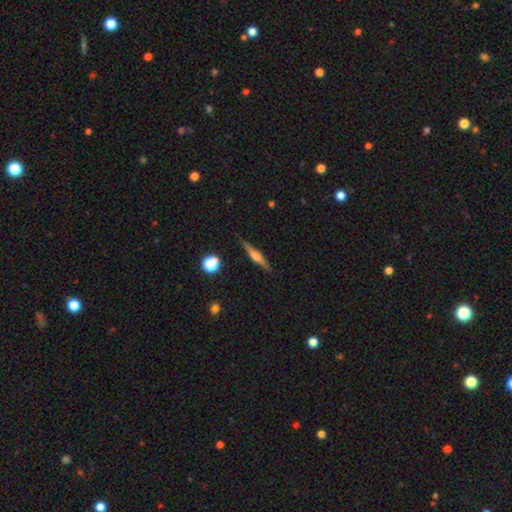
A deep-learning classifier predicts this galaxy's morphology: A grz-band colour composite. It shows a featured or disk galaxy (64%) viewed edge-on (97%) with a rounded central bulge (79%). Merging: none (87%).